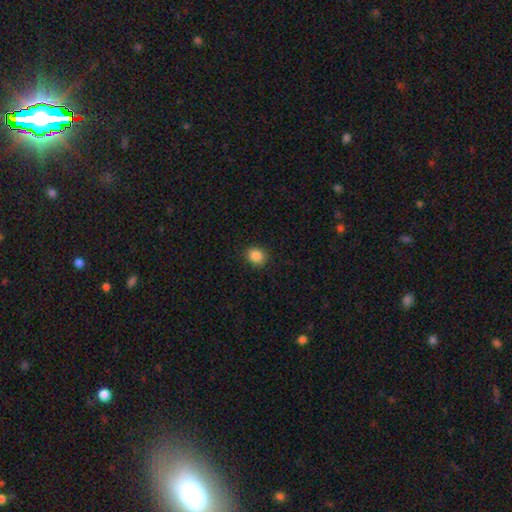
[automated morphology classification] A smooth galaxy with no disk features (86%) that is round (66%). Merging: none (89%).